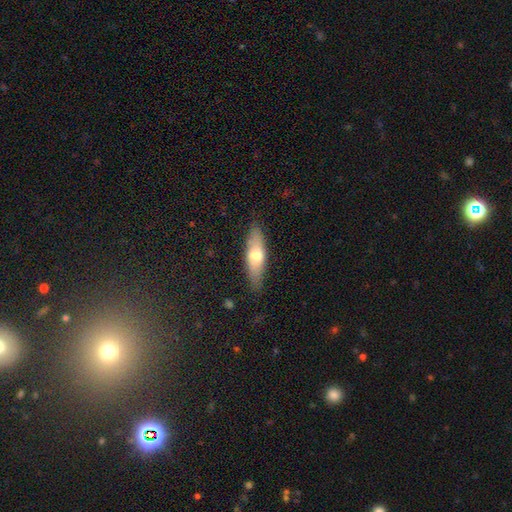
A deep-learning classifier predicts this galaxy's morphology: smooth_or_featured: smooth (p=0.60) [alt: featured or disk p=0.34]
how_rounded: cigar-shaped (p=0.53) [alt: in between p=0.45]
merging: none (p=0.84) [alt: minor disturbance p=0.12]